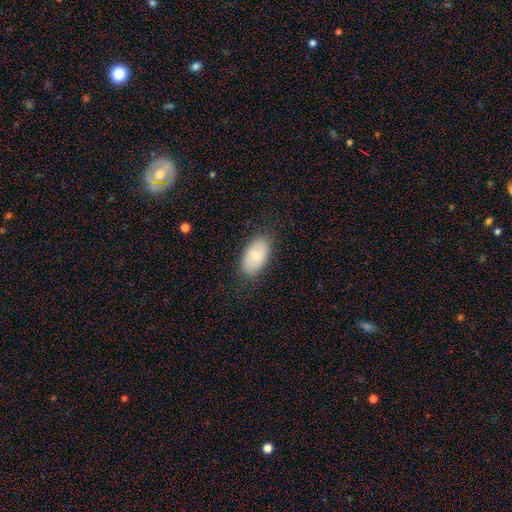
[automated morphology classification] A smooth galaxy with no disk features (83%) that is in between round and cigar-shaped (95%). Merging: none (82%).